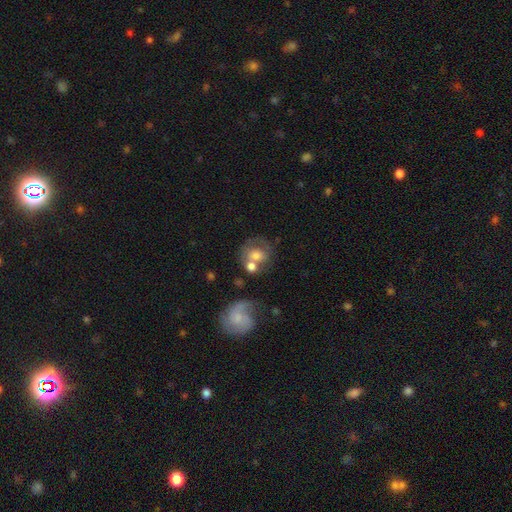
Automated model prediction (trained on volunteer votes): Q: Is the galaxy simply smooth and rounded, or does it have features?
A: smooth — 49%.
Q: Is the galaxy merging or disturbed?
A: none — 37%.